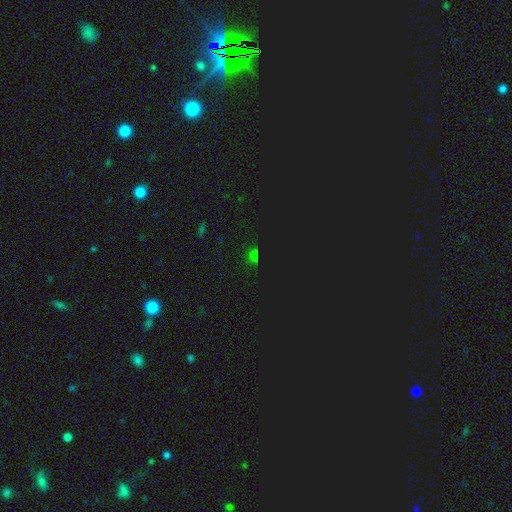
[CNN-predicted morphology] Q: Smooth or featured?
A: star or artifact (63%); runner-up: smooth (30%)